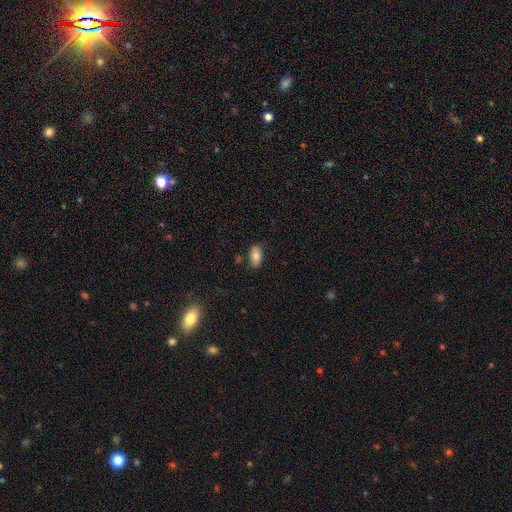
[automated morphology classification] Smooth or featured?
  - smooth: 78% *
  - featured or disk: 14%
  - star or artifact: 8%
How rounded?
  - in between: 93% *
  - round: 4%
  - cigar-shaped: 3%
Merging?
  - none: 81% *
  - minor disturbance: 13%
  - merger: 3%
  - major disturbance: 3%